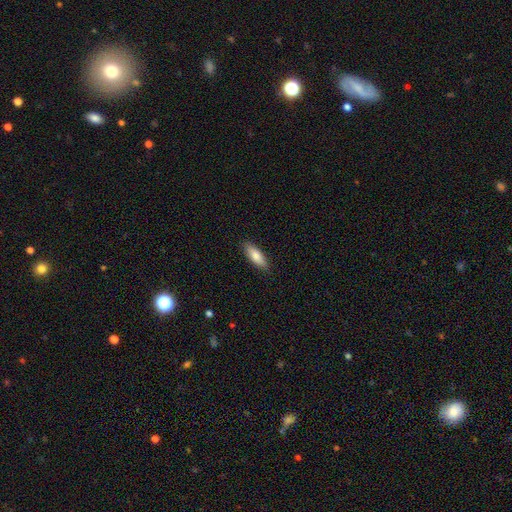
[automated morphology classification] This appears to be a smooth galaxy with no disk features (80%) that is in between round and cigar-shaped (62%). Merging: none (88%).